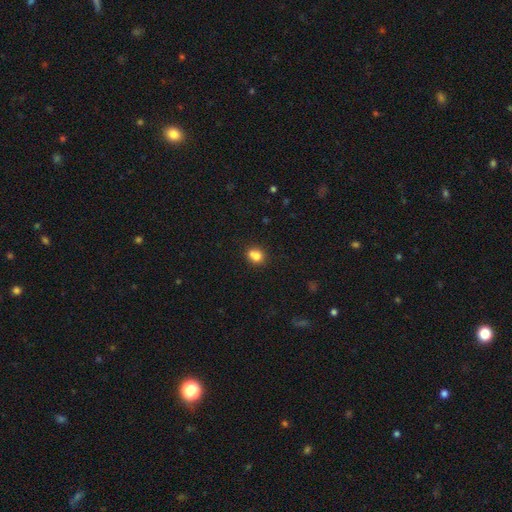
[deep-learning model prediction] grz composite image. It shows a smooth galaxy with no disk features (79%) that is round (64%). Merging: none (52%).